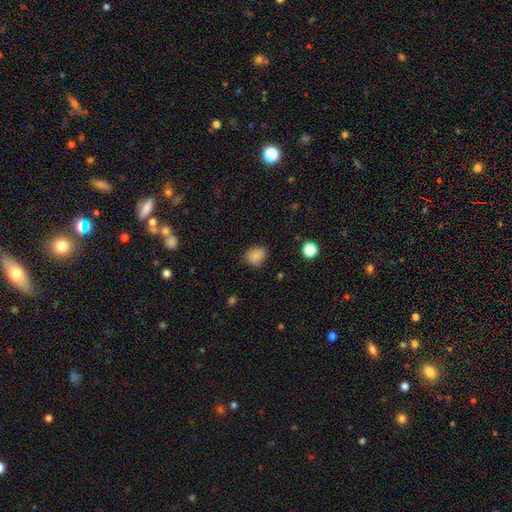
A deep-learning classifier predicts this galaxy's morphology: smooth 85%, star or artifact 11%, featured or disk 4%. Down the decision tree: how rounded — round (51%); merging — none (75%).